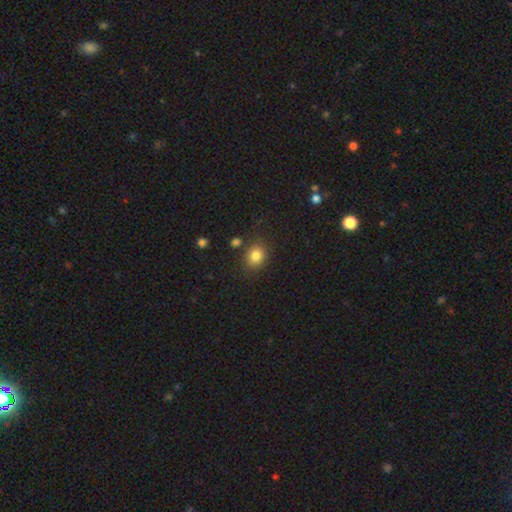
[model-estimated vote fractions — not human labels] A smooth galaxy with no disk features (82%) that is round (60%). Merging: none (81%).